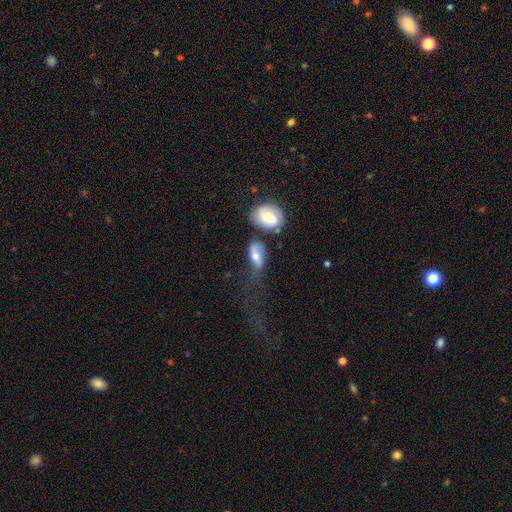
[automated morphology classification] Smooth or featured?
  - smooth: 59% *
  - featured or disk: 33%
  - star or artifact: 8%
How rounded?
  - in between: 82% *
  - round: 10%
  - cigar-shaped: 8%
Merging?
  - none: 34% *
  - minor disturbance: 24%
  - major disturbance: 23%
  - merger: 19%